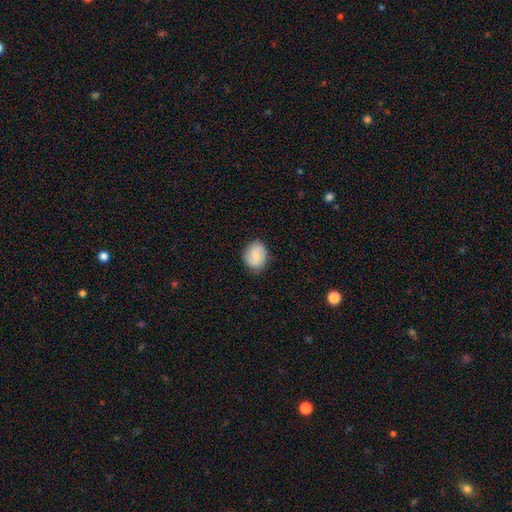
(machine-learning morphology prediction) smooth 74%, featured or disk 20%, star or artifact 7%. Down the decision tree: how rounded — in between (54%); merging — none (82%).